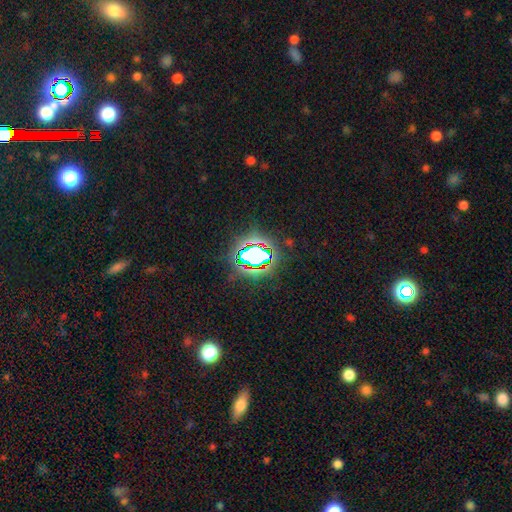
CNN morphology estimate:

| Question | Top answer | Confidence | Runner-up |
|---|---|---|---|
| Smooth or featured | star or artifact | 64% | smooth (22%) |